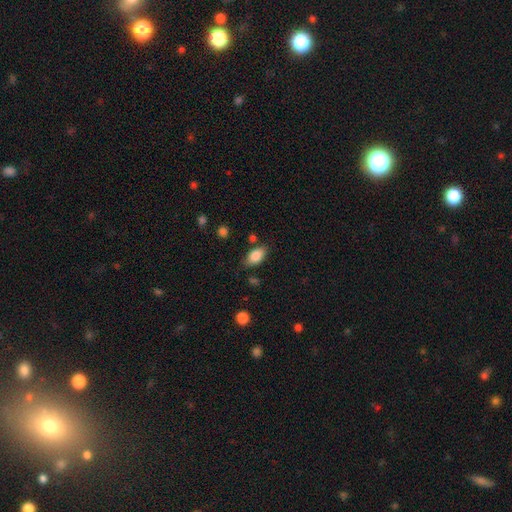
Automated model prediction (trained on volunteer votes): Morphology: type=smooth (85%); roundness=in between (91%); merging=none (77%).